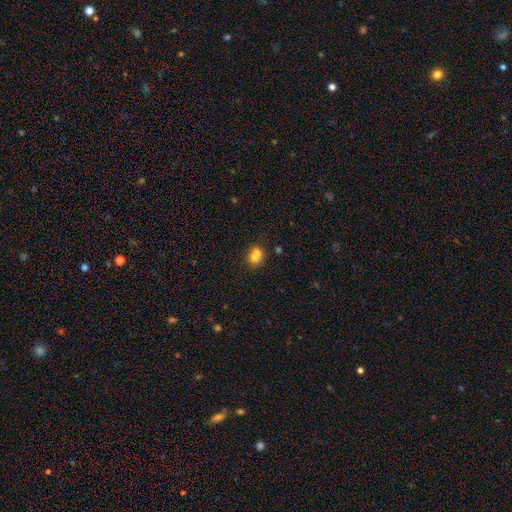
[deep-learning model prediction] This appears to be a smooth galaxy with no disk features (71%) that is round (55%). Merging: merger (55%).